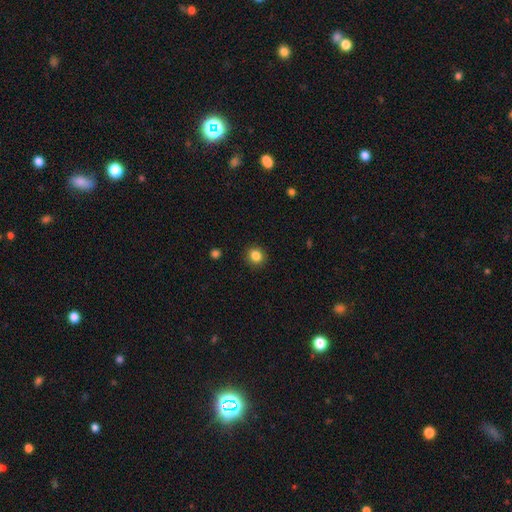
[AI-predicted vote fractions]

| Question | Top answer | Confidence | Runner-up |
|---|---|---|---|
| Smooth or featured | smooth | 84% | star or artifact (11%) |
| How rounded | round | 78% | in between (22%) |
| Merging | none | 90% | minor disturbance (7%) |